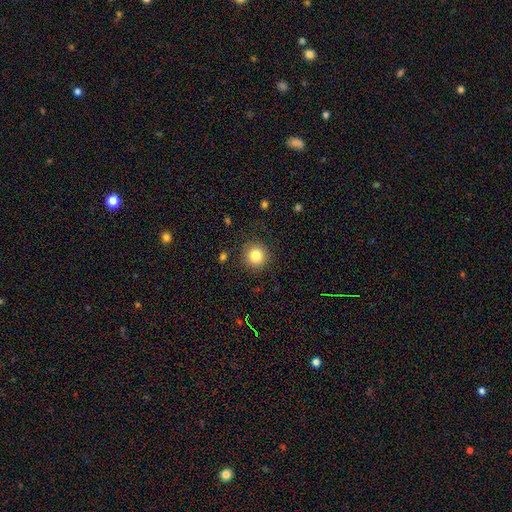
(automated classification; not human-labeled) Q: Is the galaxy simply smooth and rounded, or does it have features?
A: smooth — 83%.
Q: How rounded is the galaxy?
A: round — 93%.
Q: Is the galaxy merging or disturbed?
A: none — 88%.